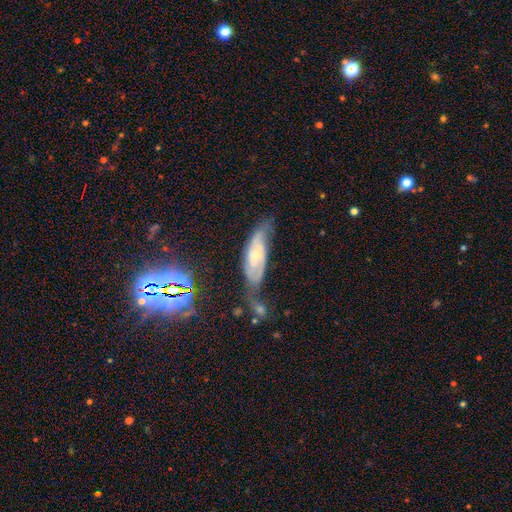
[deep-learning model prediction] Morphology: type=featured or disk (64%); edge-on=no (83%); bar=no (60%); spiral arms=yes (86%); bulge=small (63%); merging=none (41%).